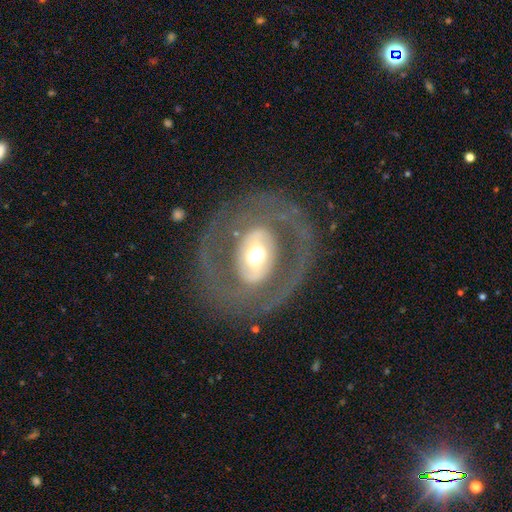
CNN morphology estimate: featured or disk 73%, smooth 20%, star or artifact 7%. Down the decision tree: edge-on disk — no (94%); bar — no (52%); spiral arms — no (56%); bulge size — moderate (54%); merging — none (76%).